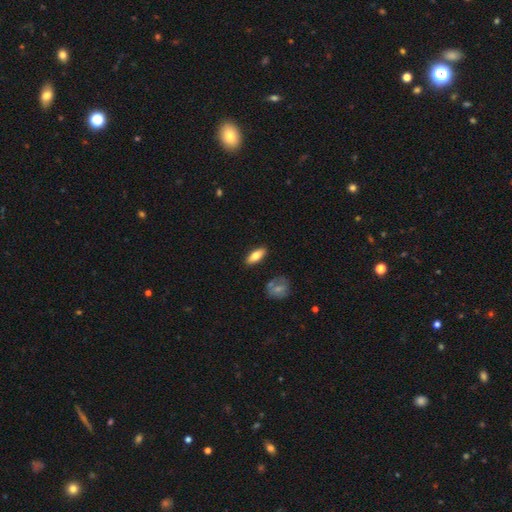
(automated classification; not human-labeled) smooth 73%, featured or disk 21%, star or artifact 6%. Down the decision tree: how rounded — in between (74%); merging — none (86%).